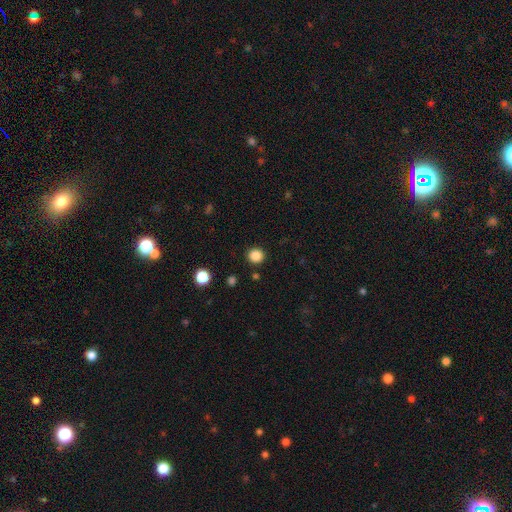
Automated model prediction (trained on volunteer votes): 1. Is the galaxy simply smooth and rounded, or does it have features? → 86% smooth, 11% star or artifact, 3% featured or disk.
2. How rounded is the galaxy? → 91% round, 8% in between, 1% cigar-shaped.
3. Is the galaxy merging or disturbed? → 91% none, 5% minor disturbance, 2% major disturbance, 2% merger.